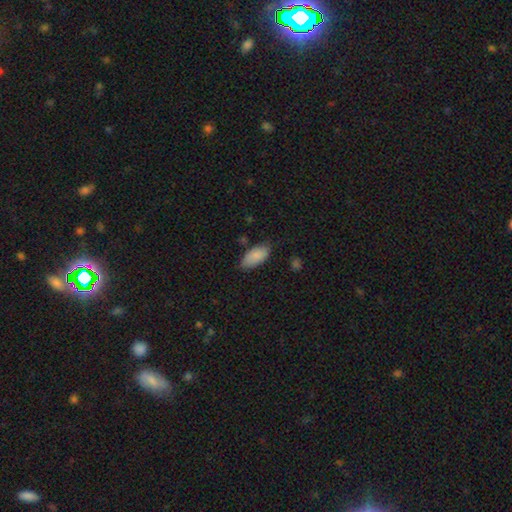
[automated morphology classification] The model was most divided on "merging": none: 70%, minor disturbance: 24%, major disturbance: 4%, merger: 2%. More confident: how rounded — in between (91%); smooth or featured — smooth (86%).